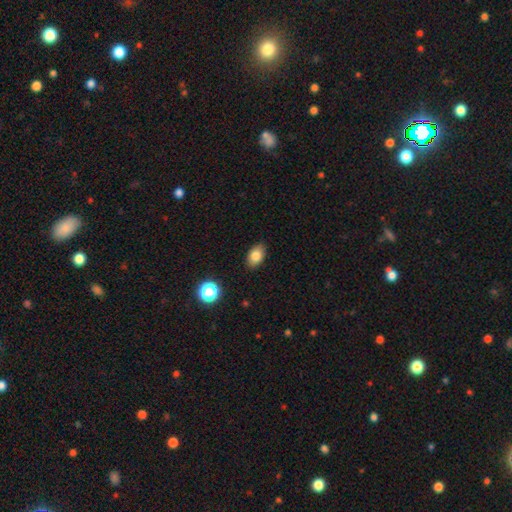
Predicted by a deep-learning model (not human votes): A smooth galaxy with no disk features (82%) that is in between round and cigar-shaped (87%).

Vote fractions:
- Smooth or featured? smooth: 82% / star or artifact: 9% / featured or disk: 9%
- How rounded? in between: 87% / round: 12% / cigar-shaped: 2%
- Merging? none: 87% / minor disturbance: 10% / major disturbance: 2% / merger: 1%